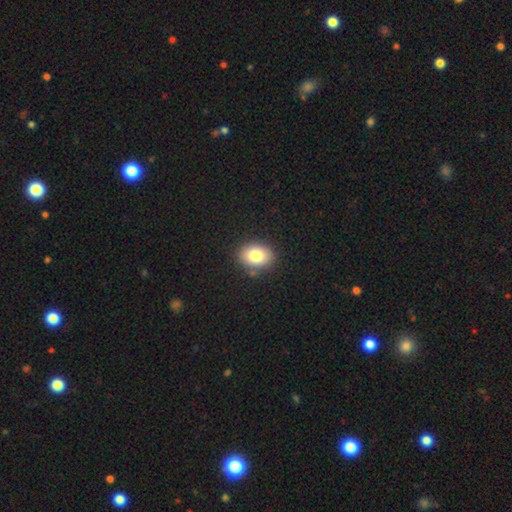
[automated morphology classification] A smooth galaxy with no disk features (81%) that is in between round and cigar-shaped (69%).

Vote fractions:
- Smooth or featured? smooth: 81% / featured or disk: 10% / star or artifact: 9%
- How rounded? in between: 69% / round: 30% / cigar-shaped: 1%
- Merging? none: 84% / minor disturbance: 10% / merger: 3% / major disturbance: 3%